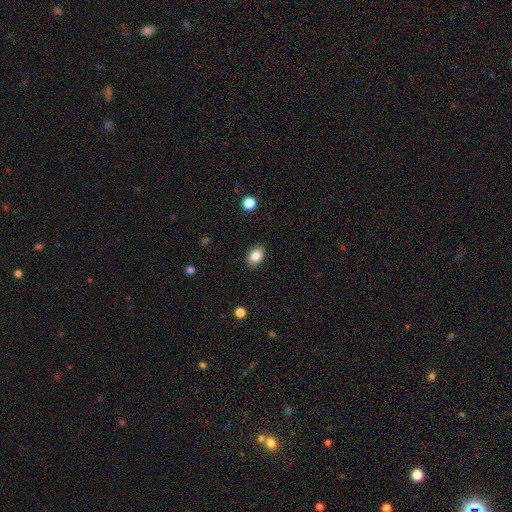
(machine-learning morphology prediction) smooth-or-featured: smooth: 84% | star or artifact: 9% | featured or disk: 7%
  how-rounded: in between: 83% | round: 16% | cigar-shaped: 1%
  merging: none: 88% | minor disturbance: 9% | major disturbance: 2% | merger: 1%